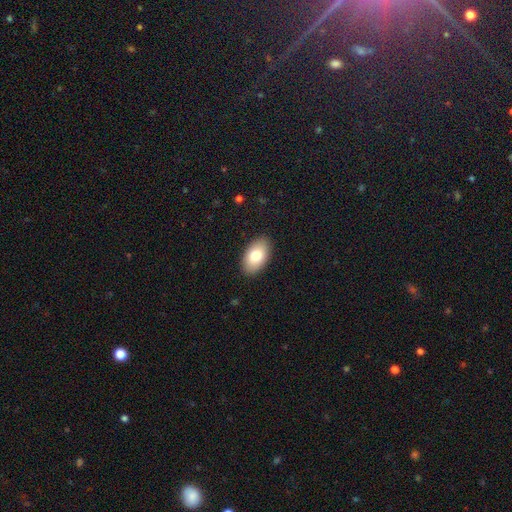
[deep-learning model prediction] A smooth galaxy with no disk features (78%) that is in between round and cigar-shaped (94%).

Vote fractions:
- Smooth or featured? smooth: 78% / featured or disk: 15% / star or artifact: 7%
- How rounded? in between: 94% / round: 5% / cigar-shaped: 1%
- Merging? none: 89% / minor disturbance: 8% / major disturbance: 2% / merger: 1%